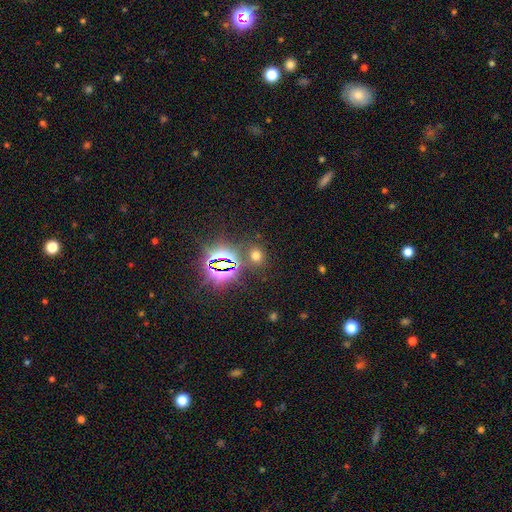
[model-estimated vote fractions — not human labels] A smooth galaxy with no disk features (54%) that is round (74%). Merging: none (80%).